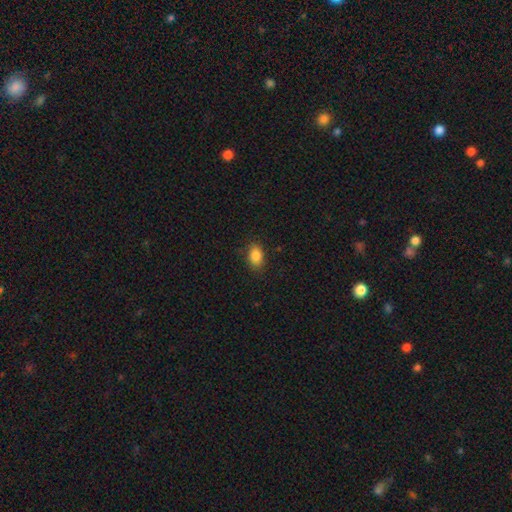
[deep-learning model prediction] A smooth galaxy with no disk features (86%) that is in between round and cigar-shaped (82%). Merging: none (85%).